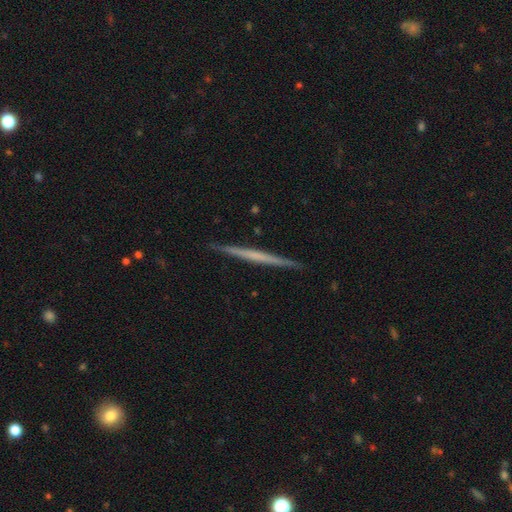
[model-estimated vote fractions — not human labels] The model was most divided on "smooth or featured": featured or disk: 60%, smooth: 35%, star or artifact: 5%. More confident: edge-on disk — yes (98%); merging — none (92%); edge-on bulge — none (87%).